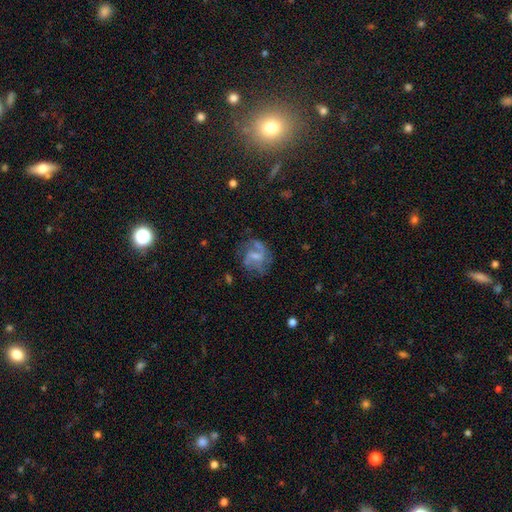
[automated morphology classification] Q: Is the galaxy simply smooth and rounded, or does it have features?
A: featured or disk — 69%.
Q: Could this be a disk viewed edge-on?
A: no — 98%.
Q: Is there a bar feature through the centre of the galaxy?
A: weak — 52%.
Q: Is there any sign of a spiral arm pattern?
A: yes — 82%.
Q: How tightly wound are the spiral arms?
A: medium — 45%.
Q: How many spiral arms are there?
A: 2 — 58%.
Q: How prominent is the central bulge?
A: small — 49%.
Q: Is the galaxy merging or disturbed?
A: none — 55%.